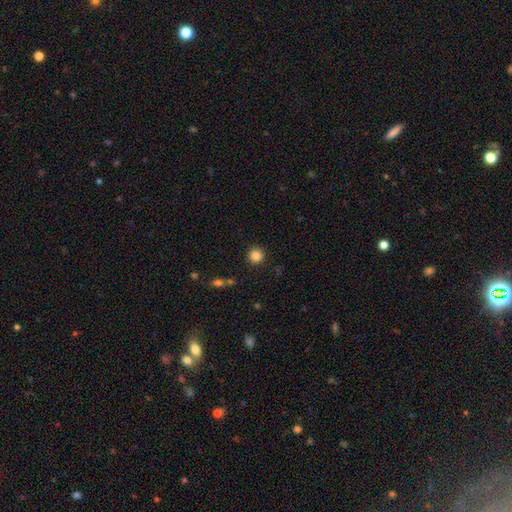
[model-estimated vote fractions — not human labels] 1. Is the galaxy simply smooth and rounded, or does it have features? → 85% smooth, 11% star or artifact, 4% featured or disk.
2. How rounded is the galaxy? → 95% round, 4% in between, 1% cigar-shaped.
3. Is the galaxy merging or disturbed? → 91% none, 5% minor disturbance, 2% major disturbance, 2% merger.